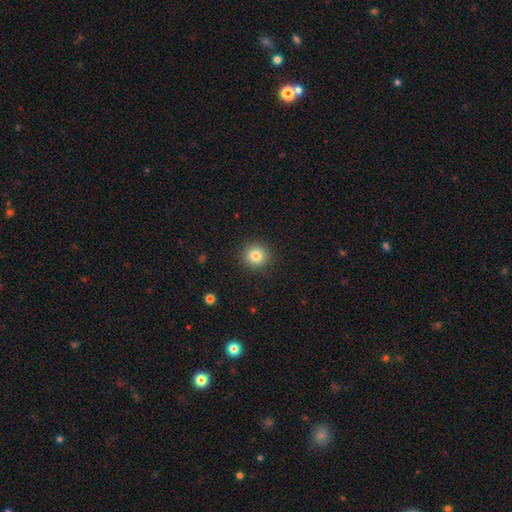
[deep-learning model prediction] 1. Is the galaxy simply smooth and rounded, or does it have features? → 83% smooth, 11% star or artifact, 7% featured or disk.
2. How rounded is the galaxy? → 94% round, 5% in between, 1% cigar-shaped.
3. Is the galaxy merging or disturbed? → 91% none, 6% minor disturbance, 2% major disturbance, 1% merger.